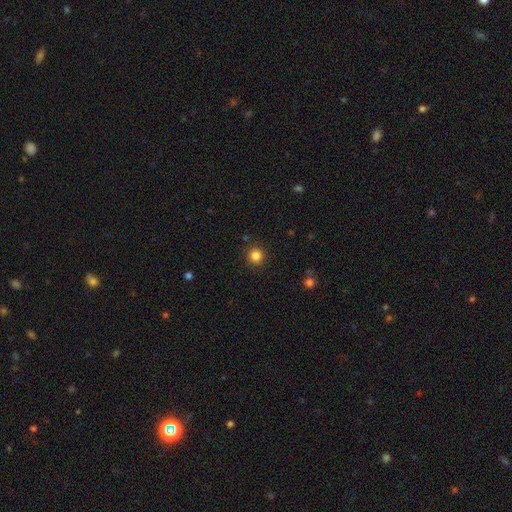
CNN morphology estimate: smooth_or_featured: smooth (p=0.84) [alt: star or artifact p=0.12]
how_rounded: round (p=0.94) [alt: in between p=0.05]
merging: none (p=0.91) [alt: minor disturbance p=0.06]